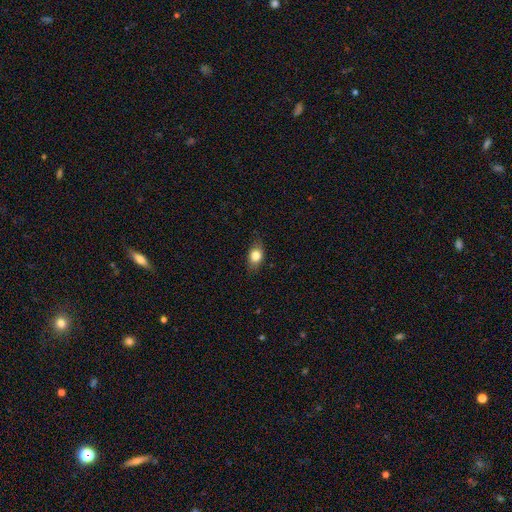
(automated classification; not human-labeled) Overall: smooth (79%). How rounded: in between (73%). Merging: none (79%).